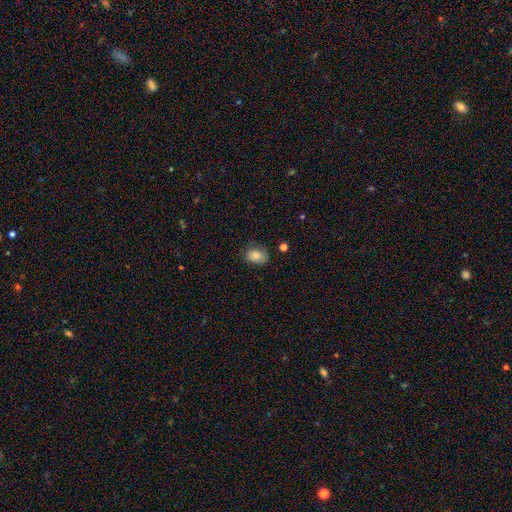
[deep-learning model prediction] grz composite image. It shows a smooth galaxy with no disk features (80%) that is in between round and cigar-shaped (61%). Merging: none (65%).